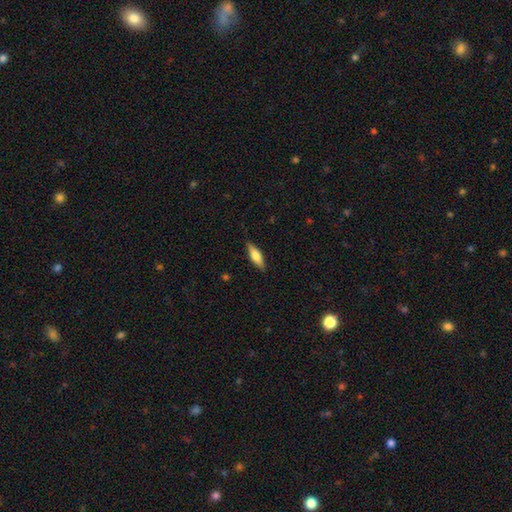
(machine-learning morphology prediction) smooth_or_featured: smooth (p=0.59) [alt: featured or disk p=0.35]
how_rounded: cigar-shaped (p=0.51) [alt: in between p=0.47]
merging: none (p=0.87) [alt: minor disturbance p=0.10]